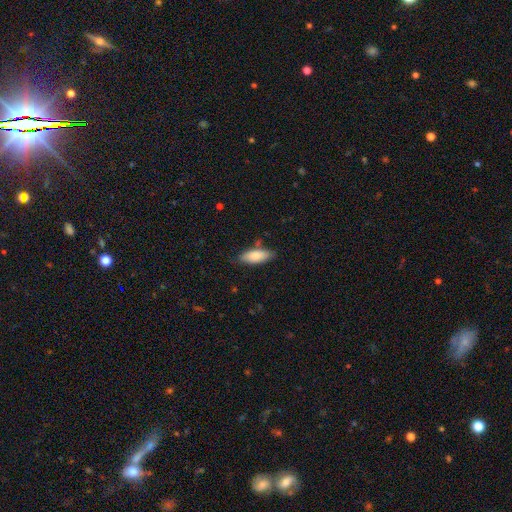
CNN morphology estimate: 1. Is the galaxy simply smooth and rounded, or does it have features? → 83% smooth, 11% featured or disk, 6% star or artifact.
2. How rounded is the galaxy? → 76% in between, 22% cigar-shaped, 2% round.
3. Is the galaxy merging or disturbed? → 78% none, 16% minor disturbance, 3% merger, 3% major disturbance.